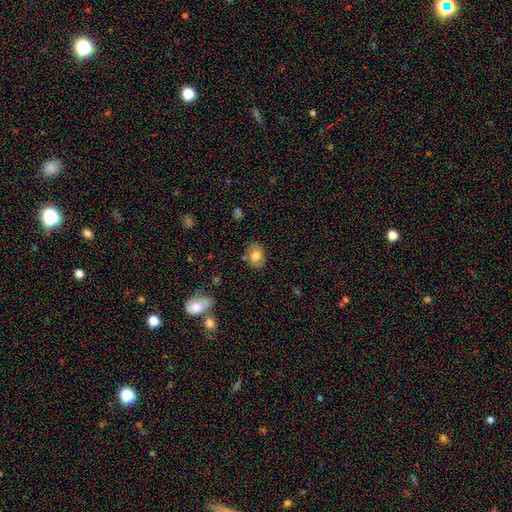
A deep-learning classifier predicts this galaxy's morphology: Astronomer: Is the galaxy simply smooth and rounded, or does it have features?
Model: smooth — 75%.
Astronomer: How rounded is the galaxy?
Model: in between — 66%.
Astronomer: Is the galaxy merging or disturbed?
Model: none — 81%.